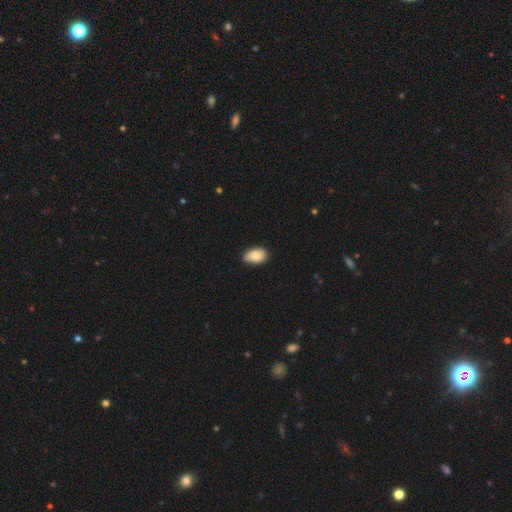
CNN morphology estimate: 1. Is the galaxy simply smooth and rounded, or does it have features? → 84% smooth, 9% featured or disk, 7% star or artifact.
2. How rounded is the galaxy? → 91% in between, 8% round, 1% cigar-shaped.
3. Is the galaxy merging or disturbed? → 82% none, 15% minor disturbance, 2% major disturbance, 1% merger.